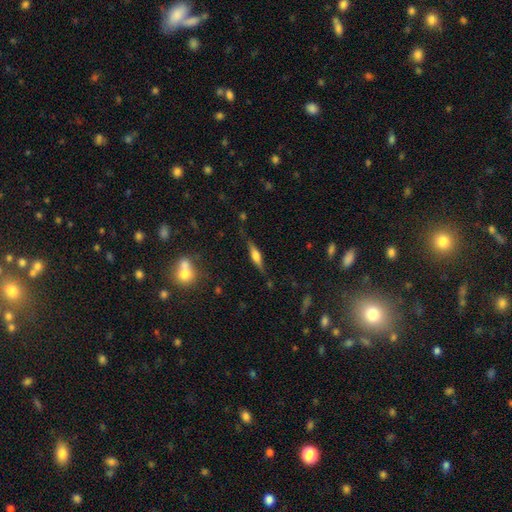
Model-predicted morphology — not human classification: Smooth or featured? featured or disk (60%)
Edge-on disk? yes (94%)
Edge-on bulge? rounded (76%)
Merging? none (78%)